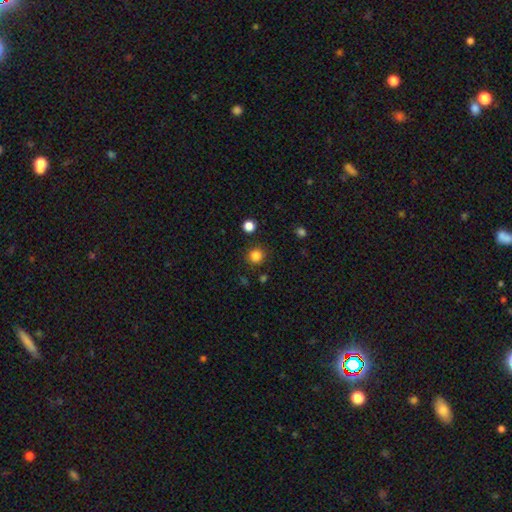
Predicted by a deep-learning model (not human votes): Smooth or featured? smooth (84%)
How rounded? round (93%)
Merging? none (89%)